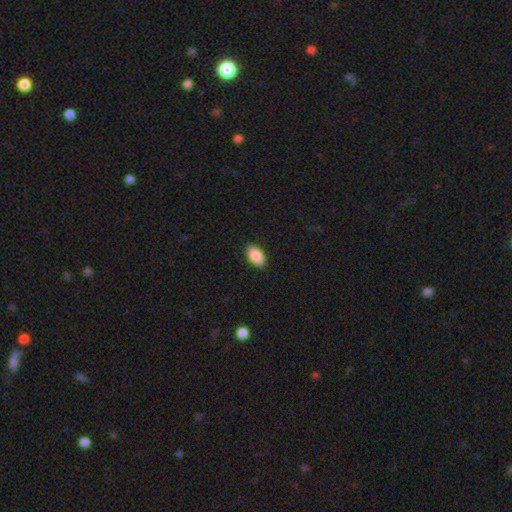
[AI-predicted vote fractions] This appears to be a smooth galaxy with no disk features (88%) that is in between round and cigar-shaped (94%). Merging: none (90%).